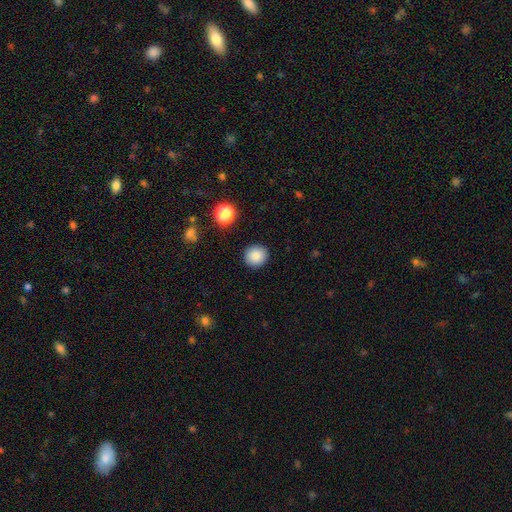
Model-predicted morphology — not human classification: smooth_or_featured: smooth (p=0.86) [alt: star or artifact p=0.10]
how_rounded: round (p=0.91) [alt: in between p=0.08]
merging: none (p=0.91) [alt: minor disturbance p=0.06]